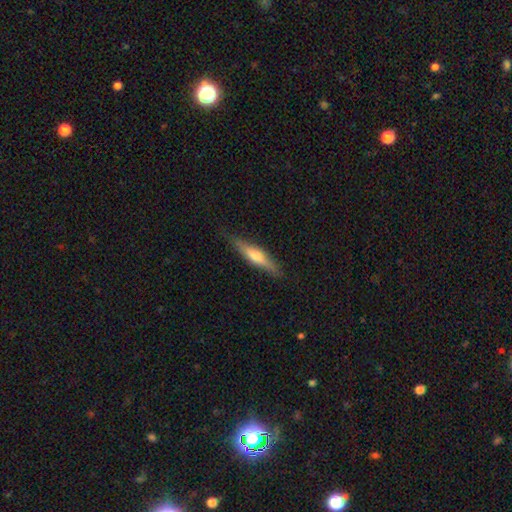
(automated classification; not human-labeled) This is possibly a featured or disk galaxy (50%). Merging: clearly none (83%).